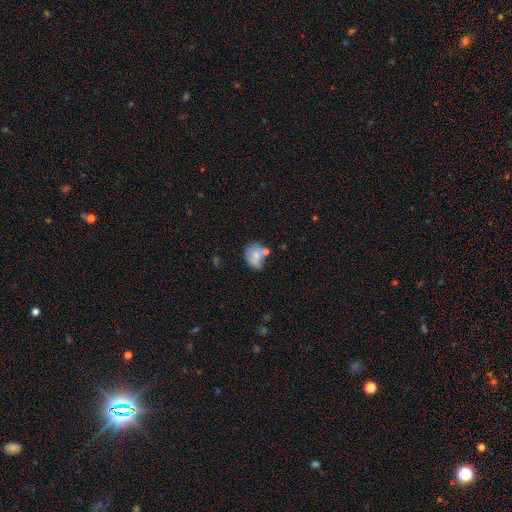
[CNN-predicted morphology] Q: Smooth or featured?
A: smooth (68%); runner-up: featured or disk (23%)
Q: How rounded?
A: in between (50%); runner-up: round (49%)
Q: Merging?
A: none (38%); runner-up: merger (28%)